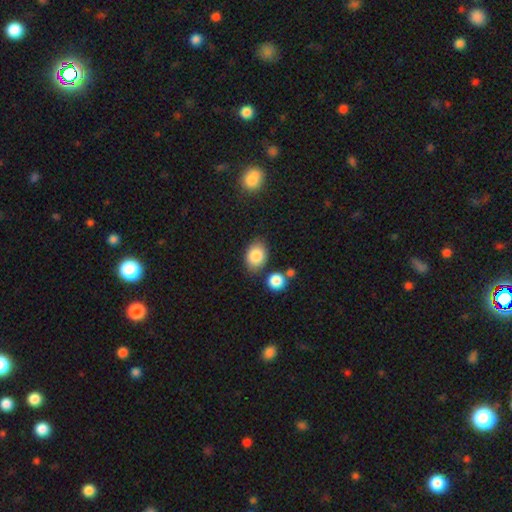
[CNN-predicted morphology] Q: Smooth or featured?
A: smooth (86%); runner-up: star or artifact (8%)
Q: How rounded?
A: in between (69%); runner-up: round (30%)
Q: Merging?
A: none (73%); runner-up: minor disturbance (15%)